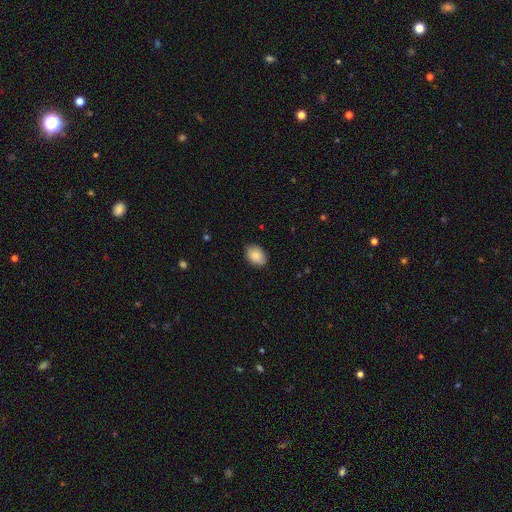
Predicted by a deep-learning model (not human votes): smooth 85%, featured or disk 8%, star or artifact 7%. Down the decision tree: how rounded — in between (78%); merging — none (84%).